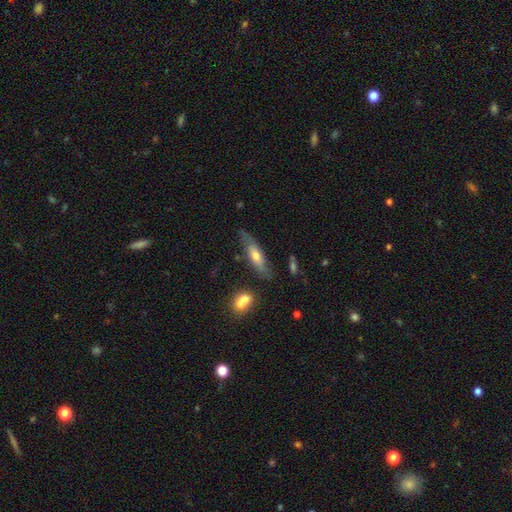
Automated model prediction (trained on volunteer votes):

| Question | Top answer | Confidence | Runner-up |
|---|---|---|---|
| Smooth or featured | smooth | 48% | featured or disk (45%) |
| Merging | none | 65% | minor disturbance (24%) |